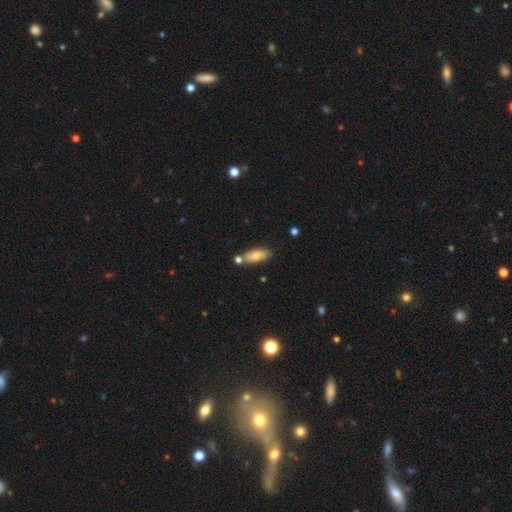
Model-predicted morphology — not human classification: Smooth or featured?
  - smooth: 72% *
  - featured or disk: 21%
  - star or artifact: 7%
How rounded?
  - in between: 75% *
  - cigar-shaped: 22%
  - round: 3%
Merging?
  - none: 68% *
  - minor disturbance: 15%
  - merger: 14%
  - major disturbance: 3%